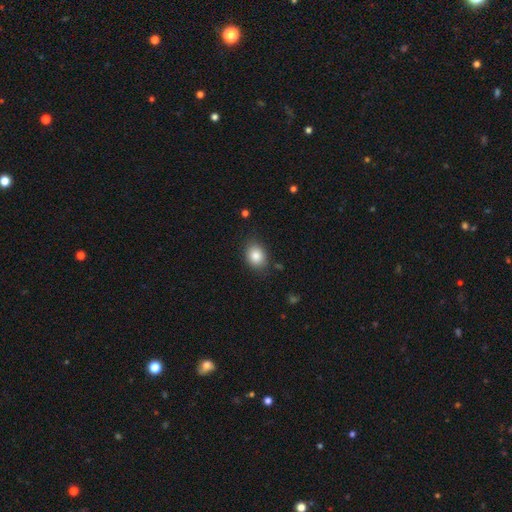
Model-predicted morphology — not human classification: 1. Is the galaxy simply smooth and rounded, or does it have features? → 85% smooth, 9% star or artifact, 7% featured or disk.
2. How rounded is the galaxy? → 56% in between, 44% round, 1% cigar-shaped.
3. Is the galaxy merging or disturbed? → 83% none, 13% minor disturbance, 3% major disturbance, 2% merger.